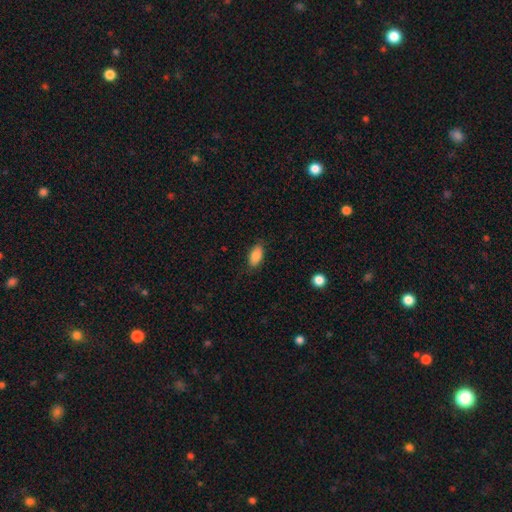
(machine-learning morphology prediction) smooth 85%, featured or disk 8%, star or artifact 7%. Down the decision tree: how rounded — in between (92%); merging — none (81%).